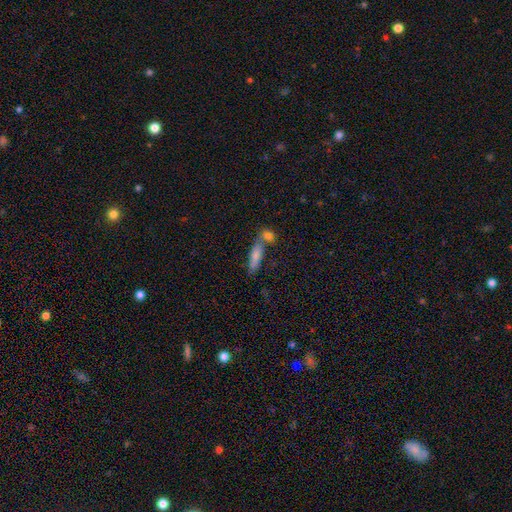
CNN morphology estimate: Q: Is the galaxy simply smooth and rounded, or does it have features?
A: smooth — 75%.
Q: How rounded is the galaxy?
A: cigar-shaped — 67%.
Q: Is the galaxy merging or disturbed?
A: none — 51%.